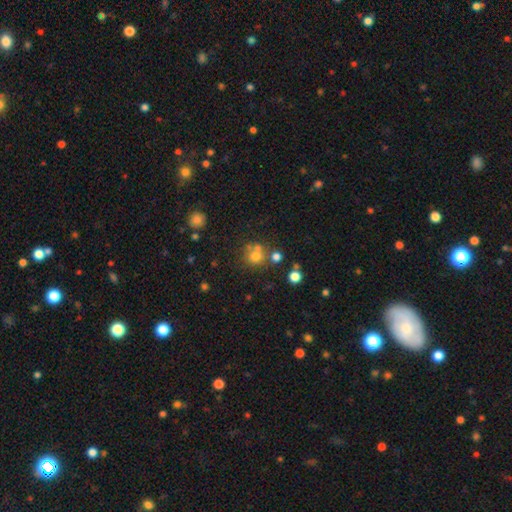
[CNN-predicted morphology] This appears to be a smooth galaxy with no disk features (69%) that is round (86%). Merging: none (58%).